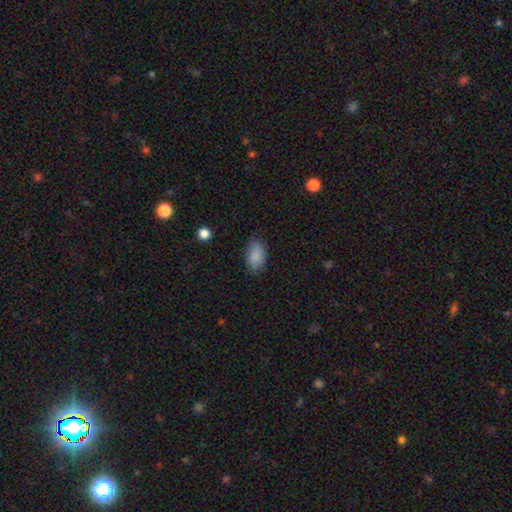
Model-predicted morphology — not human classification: smooth_or_featured: smooth (p=0.87) [alt: star or artifact p=0.07]
how_rounded: in between (p=0.92) [alt: round p=0.06]
merging: none (p=0.79) [alt: minor disturbance p=0.17]